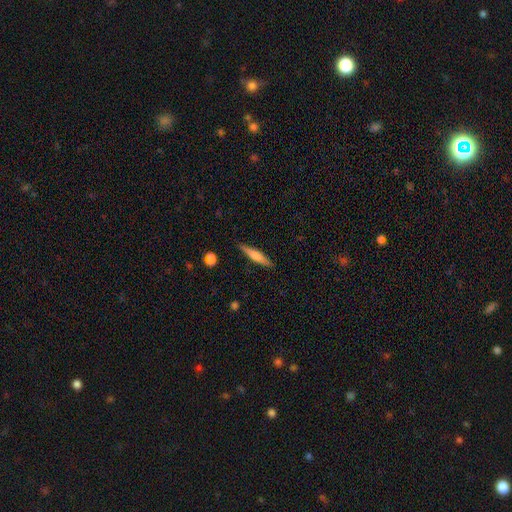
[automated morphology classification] A smooth galaxy with no disk features (56%) that is cigar-shaped (86%). Merging: none (86%).